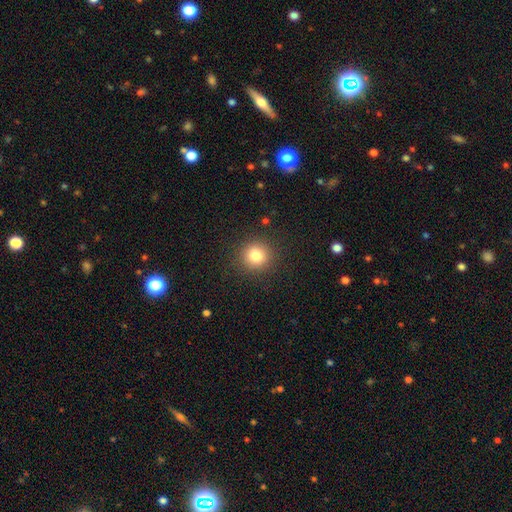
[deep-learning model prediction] smooth 82%, star or artifact 11%, featured or disk 6%. Down the decision tree: how rounded — round (91%); merging — none (89%).